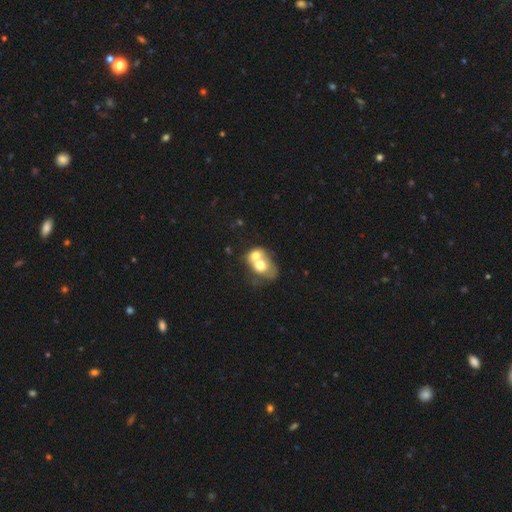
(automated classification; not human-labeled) This is possibly a smooth galaxy (60%). How rounded: possibly in between (55%). Merging: likely merger (77%).